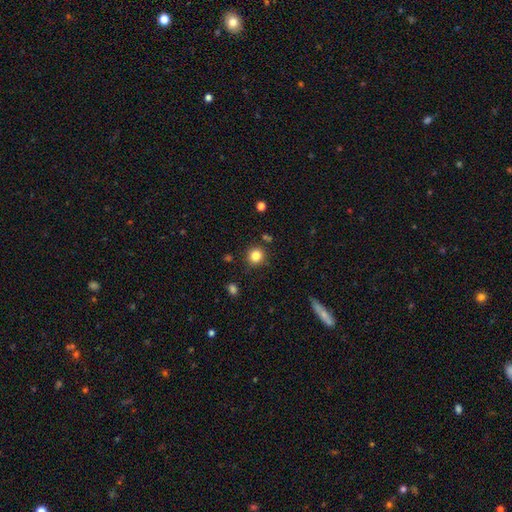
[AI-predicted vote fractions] smooth-or-featured: smooth: 83% | star or artifact: 12% | featured or disk: 5%
  how-rounded: round: 91% | in between: 8% | cigar-shaped: 1%
  merging: none: 87% | minor disturbance: 8% | merger: 3% | major disturbance: 3%